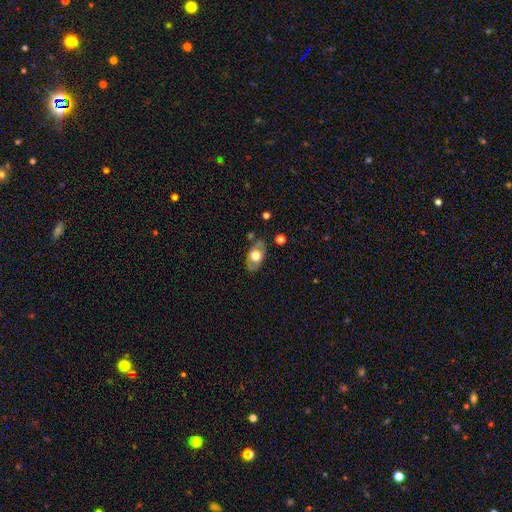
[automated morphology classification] A smooth galaxy with no disk features (54%) that is in between round and cigar-shaped (83%).

Vote fractions:
- Smooth or featured? smooth: 54% / featured or disk: 39% / star or artifact: 7%
- How rounded? in between: 83% / round: 14% / cigar-shaped: 4%
- Merging? none: 76% / minor disturbance: 17% / major disturbance: 5% / merger: 3%